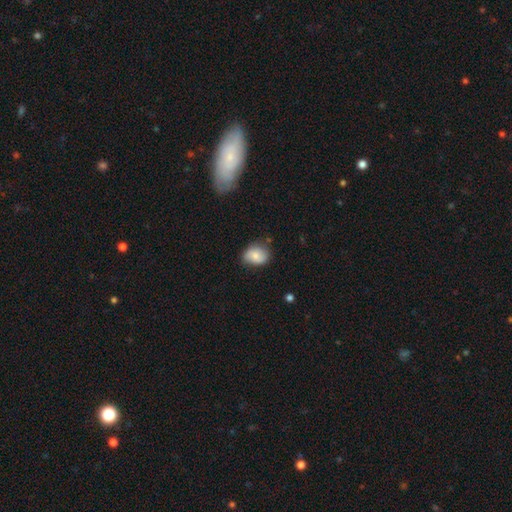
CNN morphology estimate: smooth 72%, featured or disk 20%, star or artifact 8%. Down the decision tree: how rounded — in between (52%); merging — none (63%).